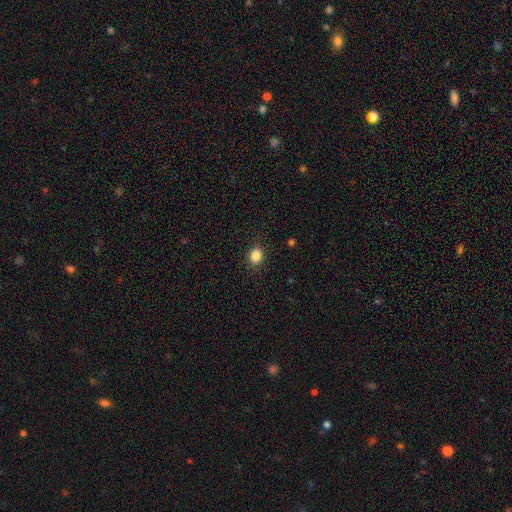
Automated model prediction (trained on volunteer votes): smooth 85%, star or artifact 11%, featured or disk 4%. Down the decision tree: how rounded — round (57%); merging — none (88%).